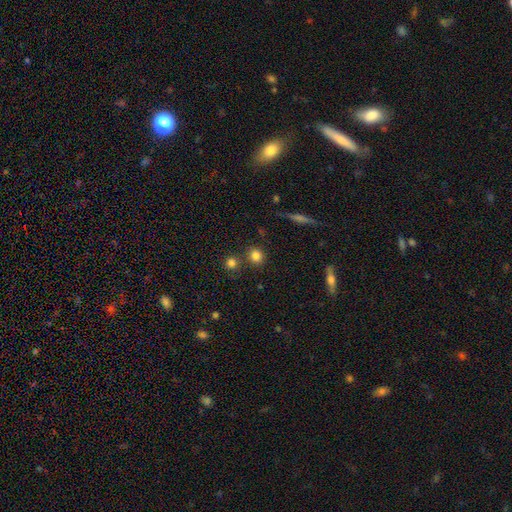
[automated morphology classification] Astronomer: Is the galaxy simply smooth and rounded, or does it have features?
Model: smooth — 81%.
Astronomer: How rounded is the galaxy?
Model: round — 84%.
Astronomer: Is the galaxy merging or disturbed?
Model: none — 75%.